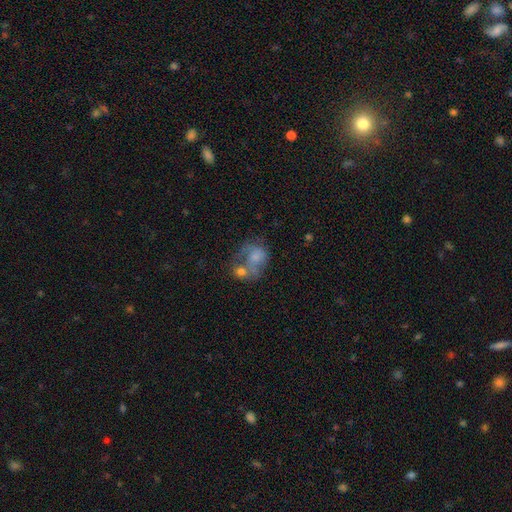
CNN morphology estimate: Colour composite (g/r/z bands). It shows a smooth galaxy with no disk features (57%) that is in between round and cigar-shaped (55%). Merging: merger (51%).